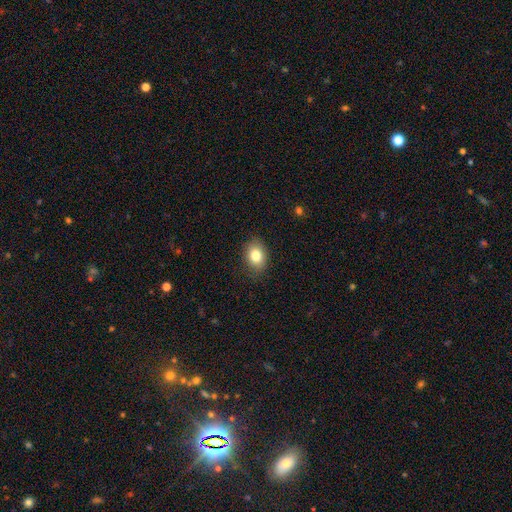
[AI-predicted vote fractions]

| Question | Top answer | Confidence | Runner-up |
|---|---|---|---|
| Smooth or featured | smooth | 82% | star or artifact (9%) |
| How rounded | in between | 68% | round (31%) |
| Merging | none | 86% | minor disturbance (10%) |